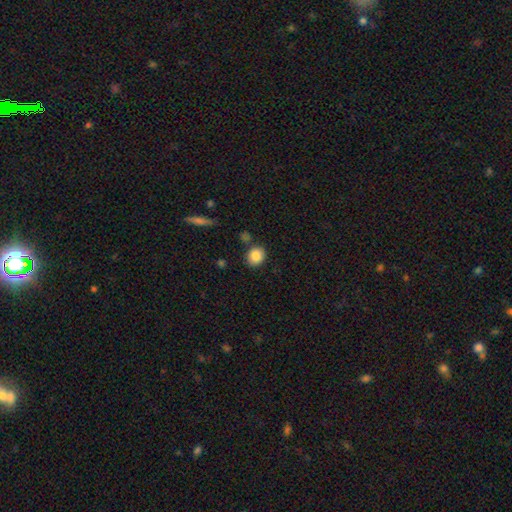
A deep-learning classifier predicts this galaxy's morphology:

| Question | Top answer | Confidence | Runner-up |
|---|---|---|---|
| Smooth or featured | smooth | 86% | star or artifact (8%) |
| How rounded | round | 67% | in between (32%) |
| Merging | none | 79% | minor disturbance (12%) |